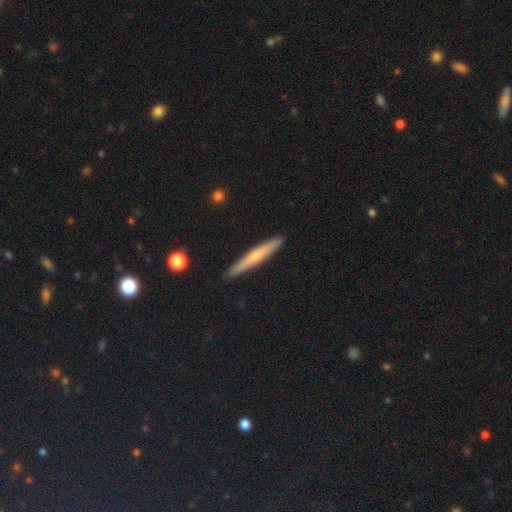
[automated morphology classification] This appears to be a smooth galaxy with no disk features (52%) that is cigar-shaped (96%). Merging: none (90%).